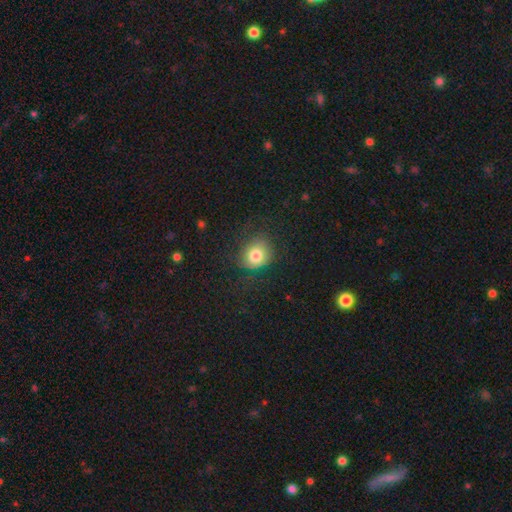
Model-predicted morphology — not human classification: Smooth or featured? smooth (77%)
How rounded? round (72%)
Merging? none (68%)